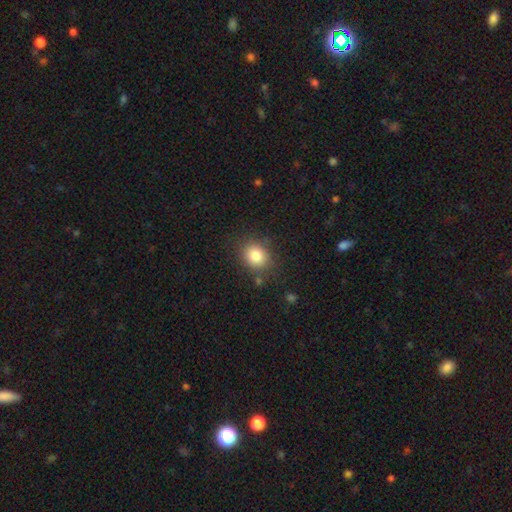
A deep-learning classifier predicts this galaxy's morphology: This appears to be a smooth galaxy with no disk features (82%) that is round (68%). Merging: none (82%).